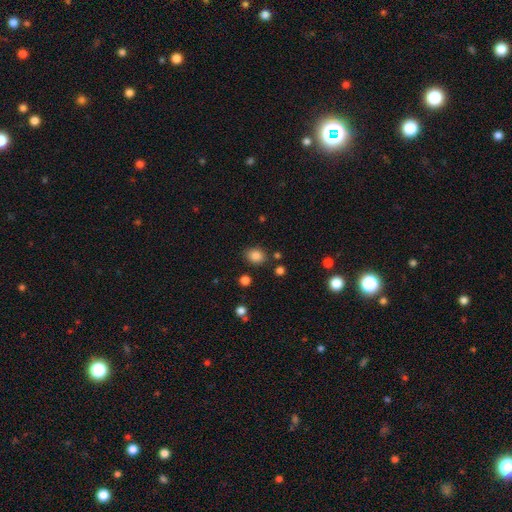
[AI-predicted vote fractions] Smooth or featured: smooth — 84% (star or artifact — 11%)
How rounded: round — 57% (in between — 42%)
Merging: none — 83% (minor disturbance — 10%)